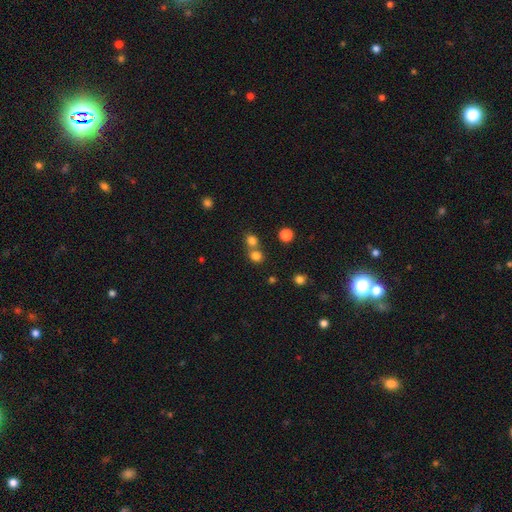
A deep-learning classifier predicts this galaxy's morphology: Smooth or featured? Predicted: smooth (p=0.77). How rounded? Predicted: round (p=0.82). Merging? Predicted: none (p=0.50).